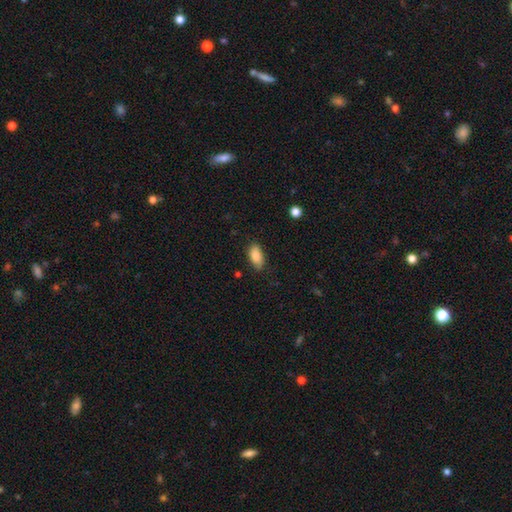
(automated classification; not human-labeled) A smooth galaxy with no disk features (88%) that is in between round and cigar-shaped (91%). Merging: none (80%).